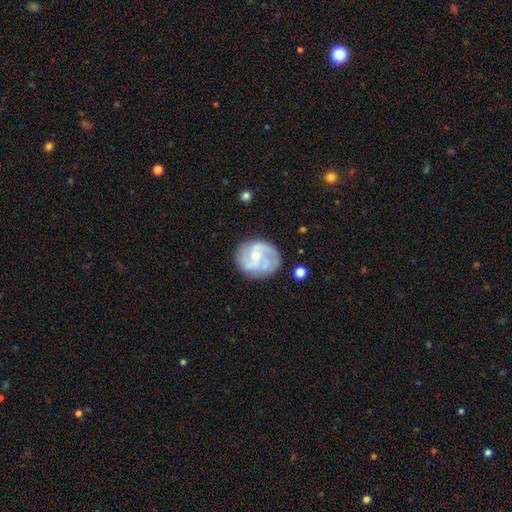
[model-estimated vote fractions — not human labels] This appears to be a featured or disk galaxy (77%) with no bar (53%), 2 (46%) medium (48%) spiral arms (91%) and a small central bulge (62%). Merging: none (72%).